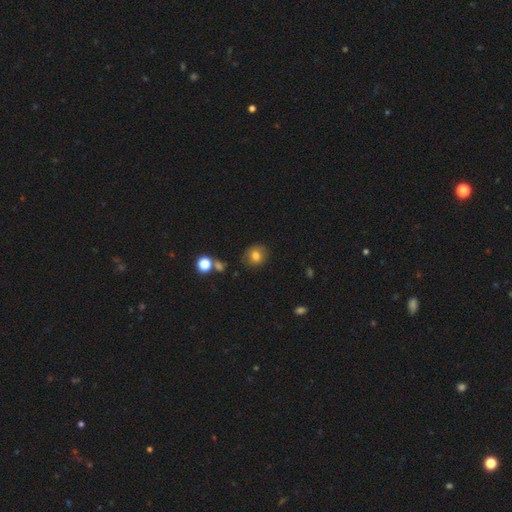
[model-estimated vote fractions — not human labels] A smooth galaxy with no disk features (79%) that is round (78%). Merging: none (83%).